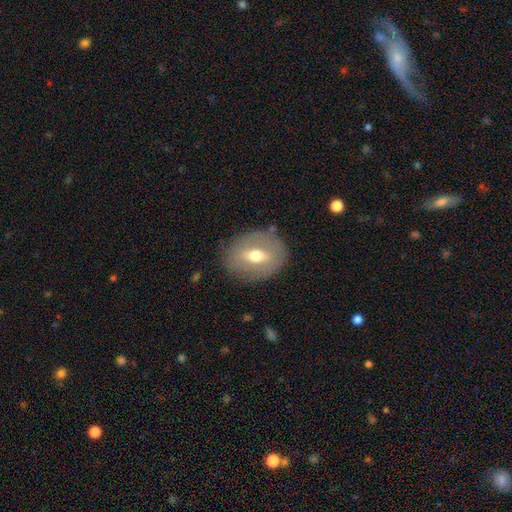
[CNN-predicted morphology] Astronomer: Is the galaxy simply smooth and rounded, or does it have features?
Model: smooth — 46%, tied with featured or disk at 46%.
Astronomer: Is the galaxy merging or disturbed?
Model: none — 81%.